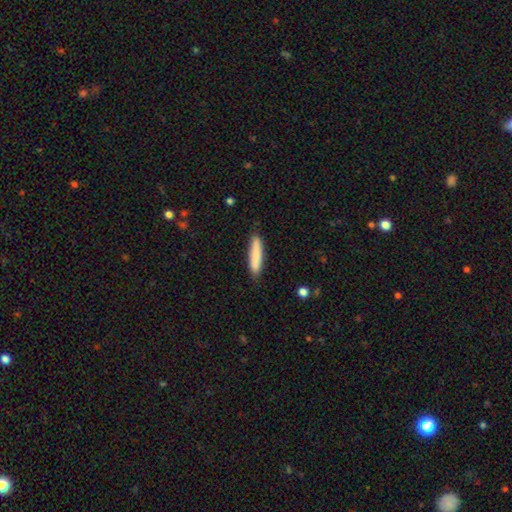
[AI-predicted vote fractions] Morphology: type=smooth (82%); roundness=cigar-shaped (85%); merging=none (87%).